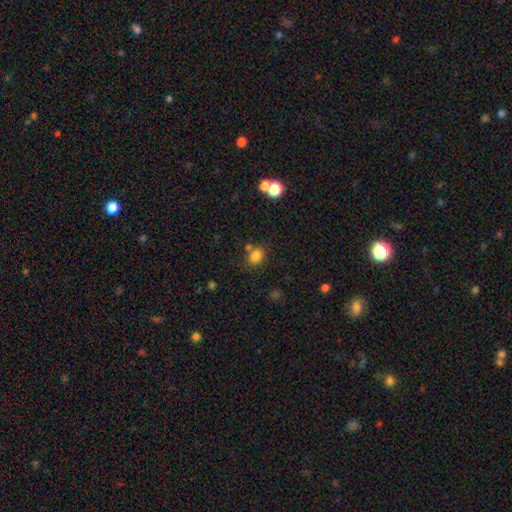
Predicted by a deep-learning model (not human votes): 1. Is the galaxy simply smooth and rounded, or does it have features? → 81% smooth, 13% star or artifact, 7% featured or disk.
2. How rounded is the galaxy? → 59% in between, 40% round, 1% cigar-shaped.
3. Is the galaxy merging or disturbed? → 64% none, 17% merger, 14% minor disturbance, 5% major disturbance.